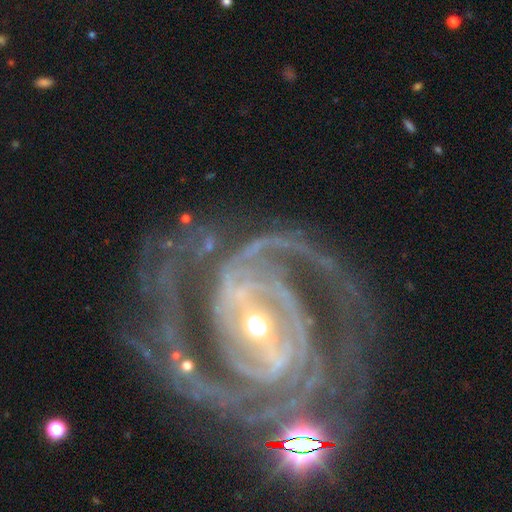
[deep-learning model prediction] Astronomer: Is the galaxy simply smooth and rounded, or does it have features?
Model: featured or disk — 93%.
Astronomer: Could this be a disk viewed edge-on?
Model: no — 98%.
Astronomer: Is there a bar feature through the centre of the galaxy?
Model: strong — 47% (runner-up: weak, 34%).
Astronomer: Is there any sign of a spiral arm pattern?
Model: yes — 98%.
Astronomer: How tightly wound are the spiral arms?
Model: tight — 48% (runner-up: medium, 43%).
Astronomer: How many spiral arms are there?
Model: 2 — 47%.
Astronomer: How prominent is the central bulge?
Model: small — 50% (runner-up: moderate, 45%).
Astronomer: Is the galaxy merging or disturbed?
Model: none — 61%.